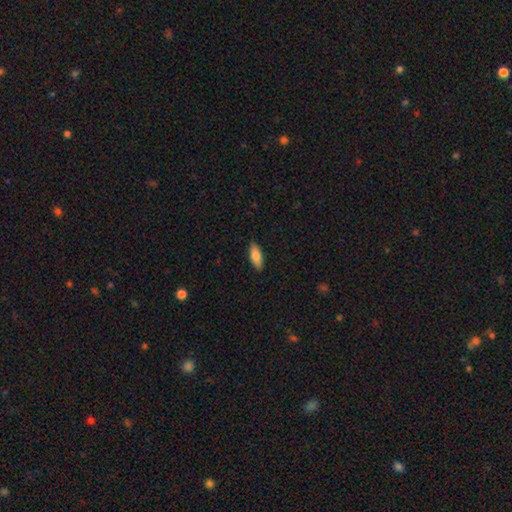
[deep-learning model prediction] Smooth or featured: smooth — 80% (featured or disk — 14%)
How rounded: in between — 74% (cigar-shaped — 24%)
Merging: none — 89% (minor disturbance — 8%)